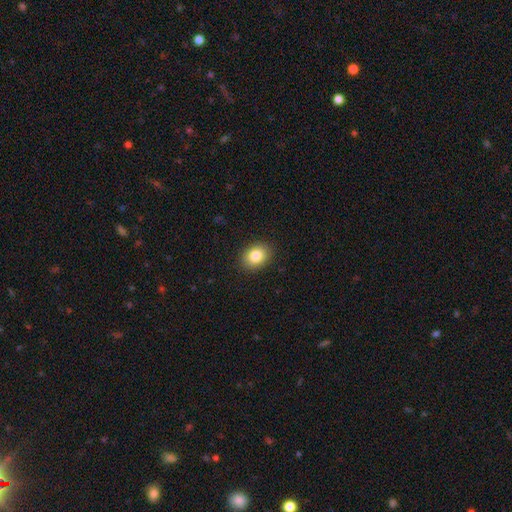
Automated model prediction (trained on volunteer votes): Smooth or featured?
  - smooth: 84% *
  - star or artifact: 9%
  - featured or disk: 7%
How rounded?
  - in between: 62% *
  - round: 37%
  - cigar-shaped: 1%
Merging?
  - none: 90% *
  - minor disturbance: 7%
  - major disturbance: 2%
  - merger: 1%